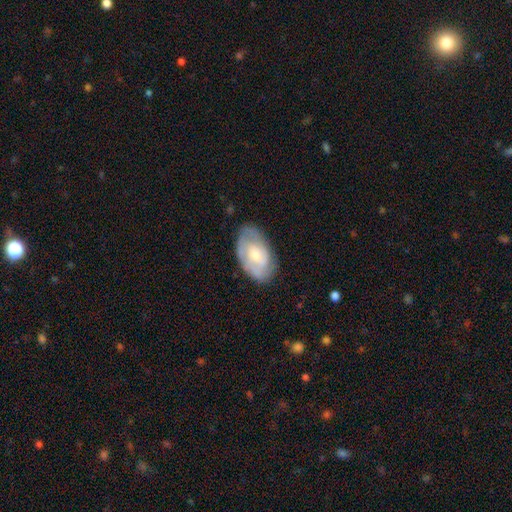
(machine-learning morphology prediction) smooth_or_featured: featured or disk (p=0.60) [alt: smooth p=0.34]
disk_edge_on: no (p=0.95) [alt: yes p=0.05]
bar: no (p=0.66) [alt: weak p=0.29]
has_spiral_arms: yes (p=0.75) [alt: no p=0.25]
bulge_size: moderate (p=0.47) [alt: small p=0.46]
merging: none (p=0.71) [alt: minor disturbance p=0.21]